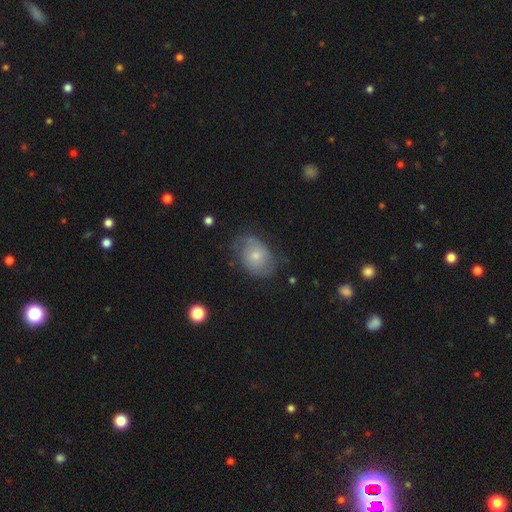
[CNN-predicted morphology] smooth-or-featured: smooth: 53% | featured or disk: 40% | star or artifact: 8%
  how-rounded: in between: 68% | round: 31% | cigar-shaped: 1%
  merging: none: 59% | minor disturbance: 28% | major disturbance: 11% | merger: 2%